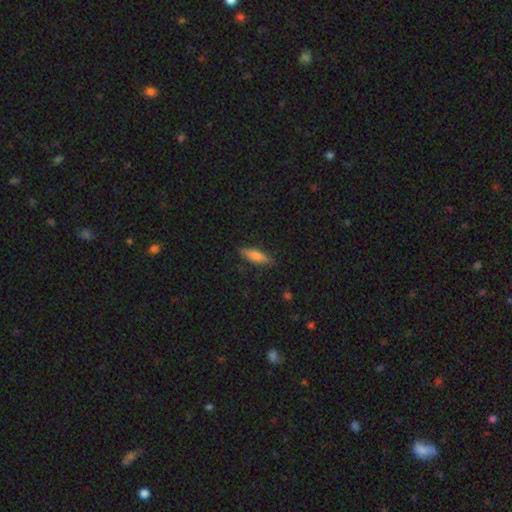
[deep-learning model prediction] Overall: smooth (73%). How rounded: cigar-shaped (56%; in between 42%). Merging: none (81%).